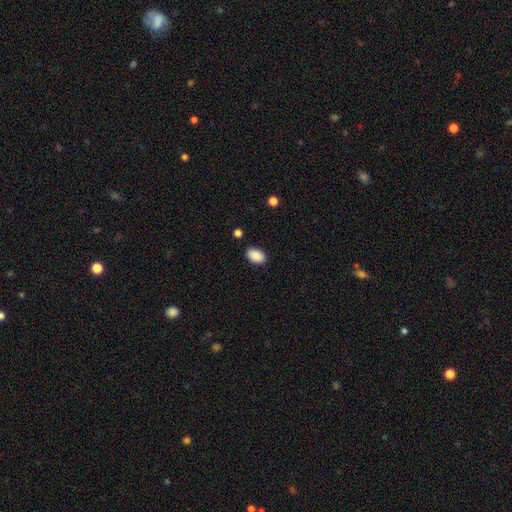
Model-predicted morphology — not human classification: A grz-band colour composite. It shows a smooth galaxy with no disk features (90%) that is in between round and cigar-shaped (91%). Merging: none (87%).